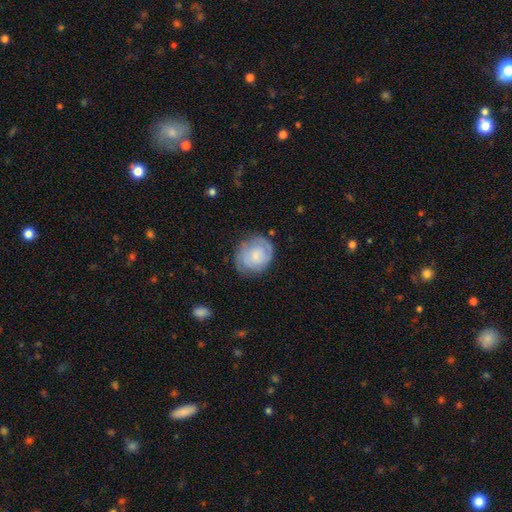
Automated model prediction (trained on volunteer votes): This appears to be a featured or disk galaxy (53%) with no bar (76%), spiral arms (81%) and a small central bulge (62%). Merging: none (69%).